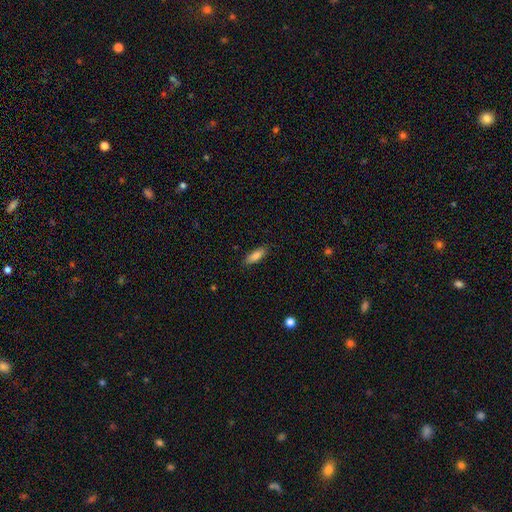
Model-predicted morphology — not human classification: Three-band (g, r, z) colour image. It shows a smooth galaxy with no disk features (82%) that is in between round and cigar-shaped (61%). Merging: none (86%).